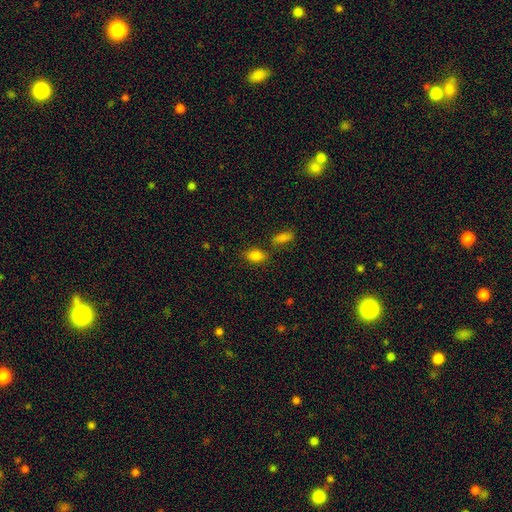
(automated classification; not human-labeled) This is clearly a smooth galaxy (83%). How rounded: clearly in between (86%). Merging: likely none (68%).